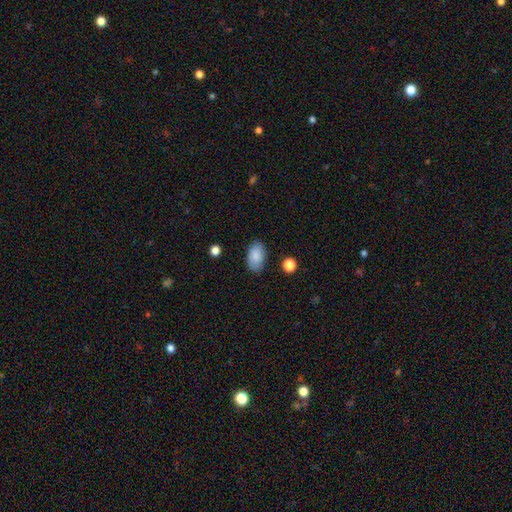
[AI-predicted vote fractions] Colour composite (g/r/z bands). It shows a smooth galaxy with no disk features (87%) that is in between round and cigar-shaped (92%). Merging: none (83%).